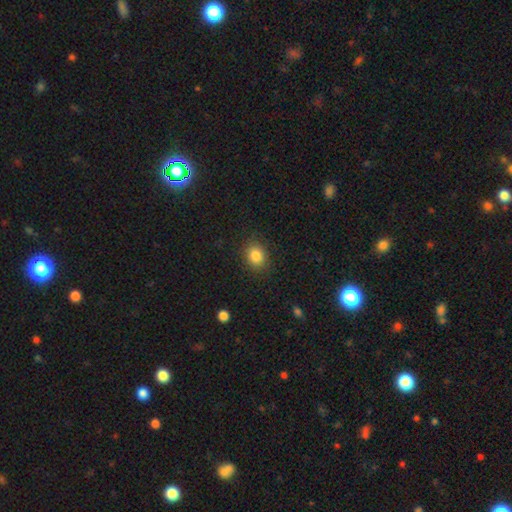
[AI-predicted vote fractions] A smooth galaxy with no disk features (85%) that is round (57%).

Vote fractions:
- Smooth or featured? smooth: 85% / star or artifact: 10% / featured or disk: 5%
- How rounded? round: 57% / in between: 42% / cigar-shaped: 1%
- Merging? none: 87% / minor disturbance: 9% / major disturbance: 3% / merger: 1%